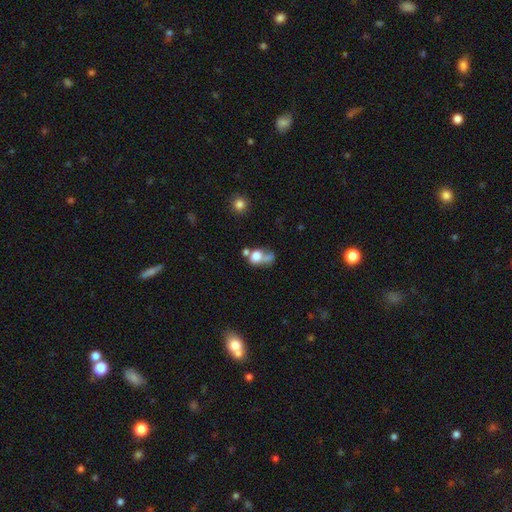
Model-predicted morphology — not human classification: A smooth galaxy with no disk features (65%) that is in between round and cigar-shaped (56%).

Vote fractions:
- Smooth or featured? smooth: 65% / featured or disk: 22% / star or artifact: 13%
- How rounded? in between: 56% / round: 42% / cigar-shaped: 2%
- Merging? merger: 39% / major disturbance: 24% / none: 24% / minor disturbance: 13%